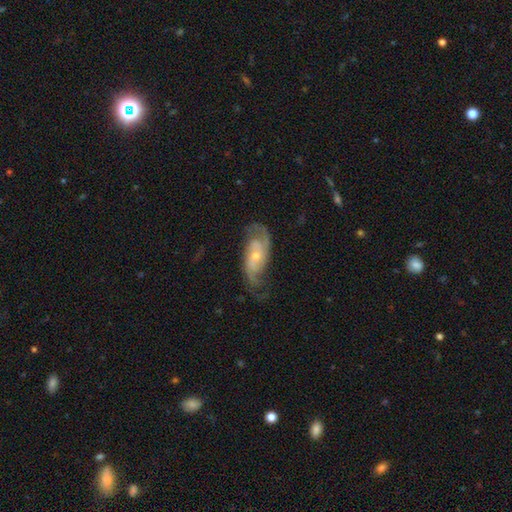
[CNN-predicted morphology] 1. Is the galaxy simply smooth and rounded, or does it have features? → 82% featured or disk, 12% smooth, 6% star or artifact.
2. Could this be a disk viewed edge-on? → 94% no, 6% yes.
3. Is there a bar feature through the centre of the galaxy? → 61% no, 30% weak, 9% strong.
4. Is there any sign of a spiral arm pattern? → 94% yes, 6% no.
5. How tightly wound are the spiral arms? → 46% medium, 28% loose, 26% tight.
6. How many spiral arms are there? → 75% 2, 10% can't tell, 7% 3, 3% 1, 2% 4, 2% more than 4.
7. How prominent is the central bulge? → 56% small, 40% moderate, 2% large, 2% none, 1% dominant.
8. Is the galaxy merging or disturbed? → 65% none, 21% minor disturbance, 12% major disturbance, 2% merger.